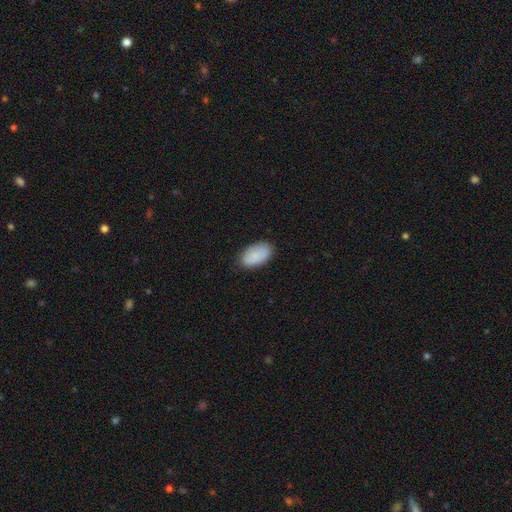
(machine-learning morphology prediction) Q: Smooth or featured?
A: smooth (87%); runner-up: featured or disk (7%)
Q: How rounded?
A: in between (95%); runner-up: round (4%)
Q: Merging?
A: none (84%); runner-up: minor disturbance (13%)